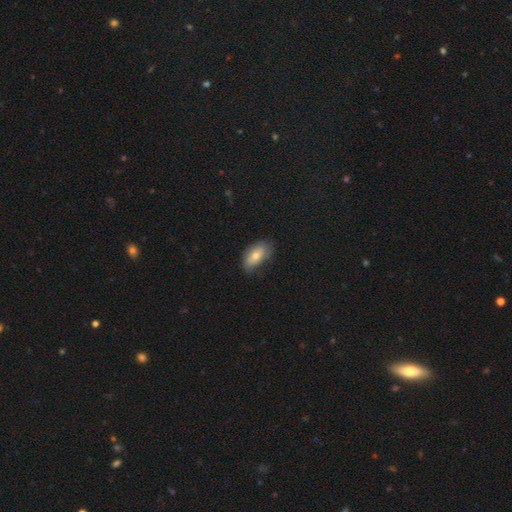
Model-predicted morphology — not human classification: smooth 69%, featured or disk 25%, star or artifact 7%. Down the decision tree: how rounded — in between (91%); merging — none (67%).